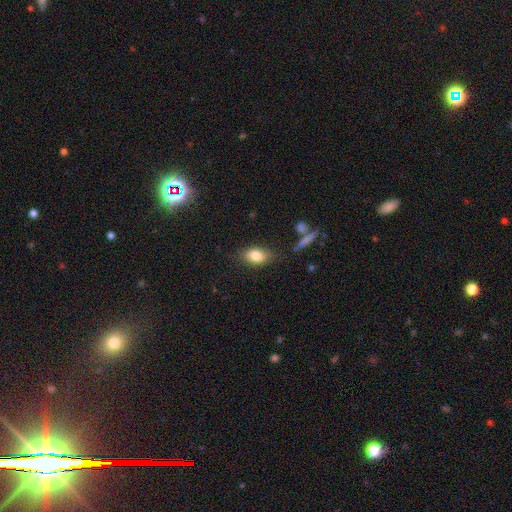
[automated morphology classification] The model was most divided on "merging": none: 76%, minor disturbance: 17%, major disturbance: 4%, merger: 3%. More confident: how rounded — in between (82%); smooth or featured — smooth (80%).